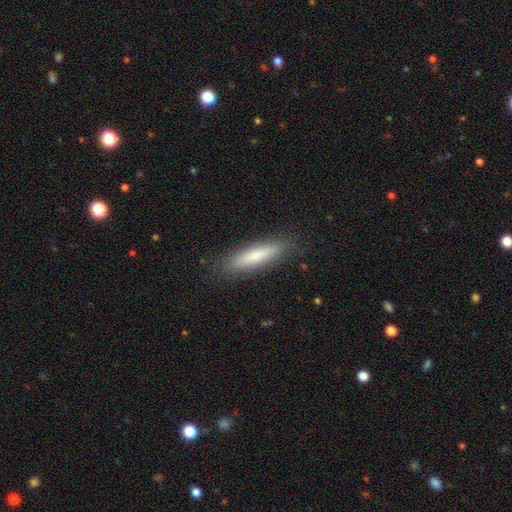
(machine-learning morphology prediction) The model was most divided on "smooth or featured": smooth: 70%, featured or disk: 23%, star or artifact: 6%. More confident: merging — none (88%); how rounded — cigar-shaped (83%).